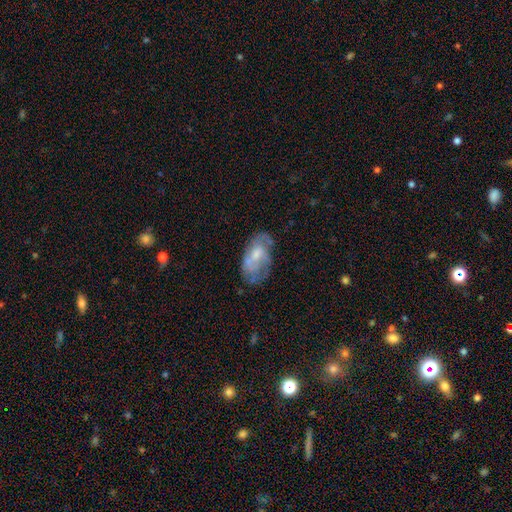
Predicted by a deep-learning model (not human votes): This appears to be a featured or disk galaxy (55%) with no bar (69%), no spiral arms (51%) and a moderate central bulge (45%). Merging: none (51%).